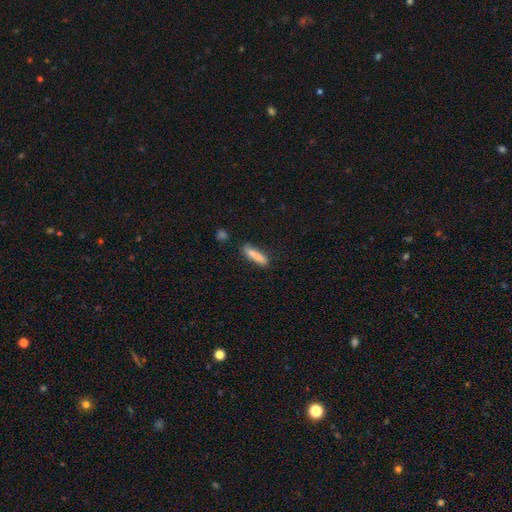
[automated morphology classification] Smooth or featured: smooth — 78% (featured or disk — 15%)
How rounded: cigar-shaped — 79% (in between — 19%)
Merging: none — 78% (minor disturbance — 15%)